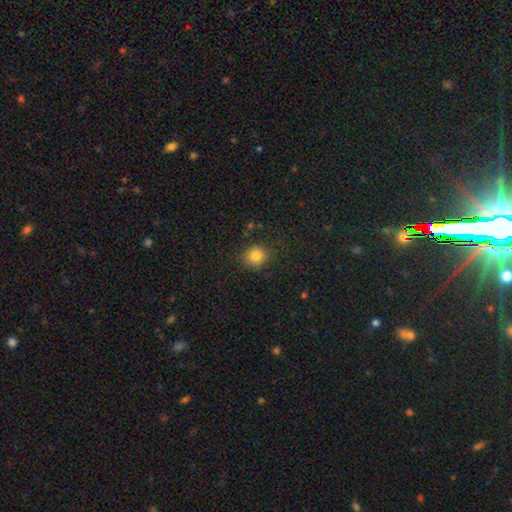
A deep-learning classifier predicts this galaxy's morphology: type=smooth (82%); roundness=round (85%); merging=none (84%).